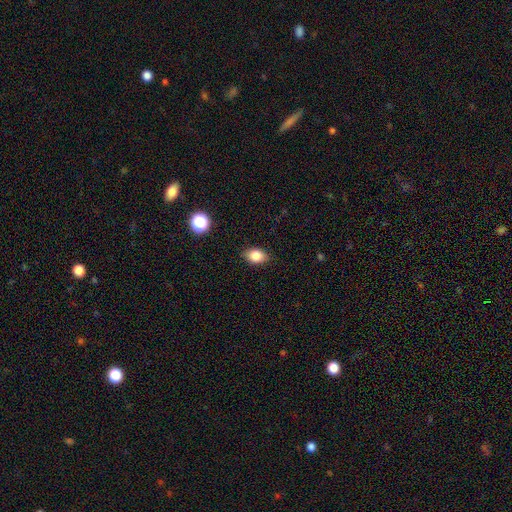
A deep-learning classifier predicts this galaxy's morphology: Q: Smooth or featured?
A: smooth (82%); runner-up: star or artifact (9%)
Q: How rounded?
A: in between (78%); runner-up: round (21%)
Q: Merging?
A: none (85%); runner-up: minor disturbance (11%)